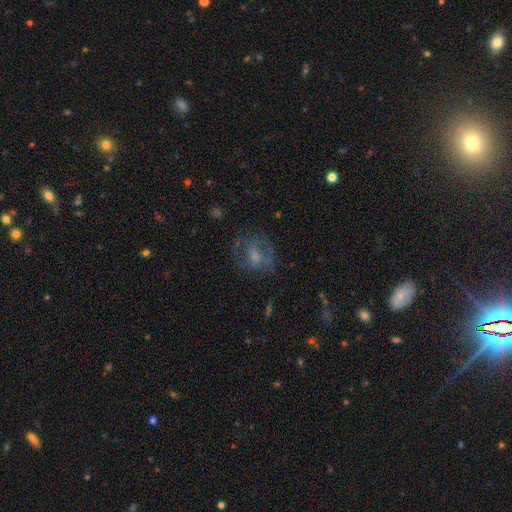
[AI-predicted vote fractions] Smooth or featured? Predicted: featured or disk (p=0.50). Edge-on disk? Predicted: no (p=0.95). Merging? Predicted: none (p=0.60).